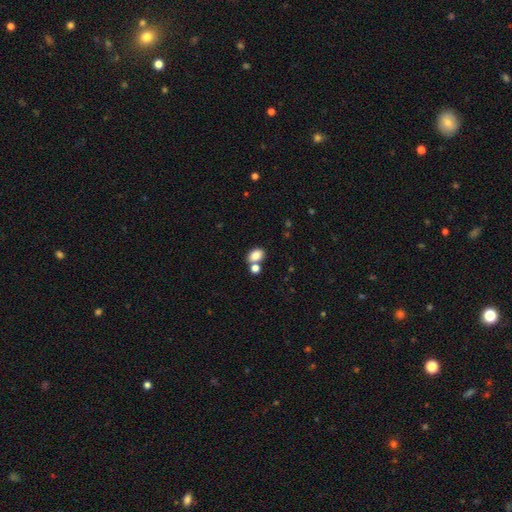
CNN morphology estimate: This is clearly a smooth galaxy (83%). How rounded: likely in between (71%). Merging: possibly none (55%).